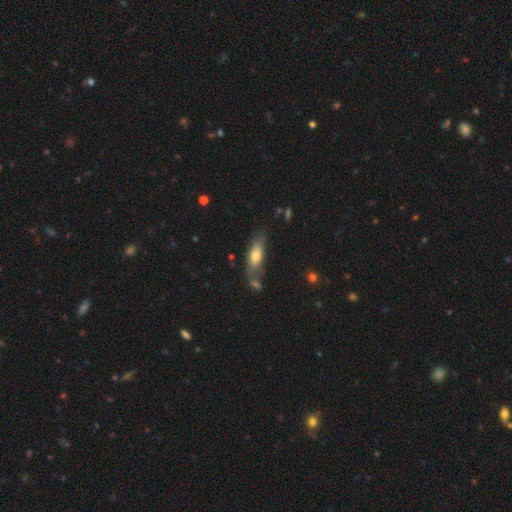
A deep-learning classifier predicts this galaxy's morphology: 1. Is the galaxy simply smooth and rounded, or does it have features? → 67% smooth, 26% featured or disk, 7% star or artifact.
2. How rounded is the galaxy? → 68% in between, 29% cigar-shaped, 3% round.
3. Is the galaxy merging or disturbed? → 56% none, 22% minor disturbance, 14% merger, 8% major disturbance.